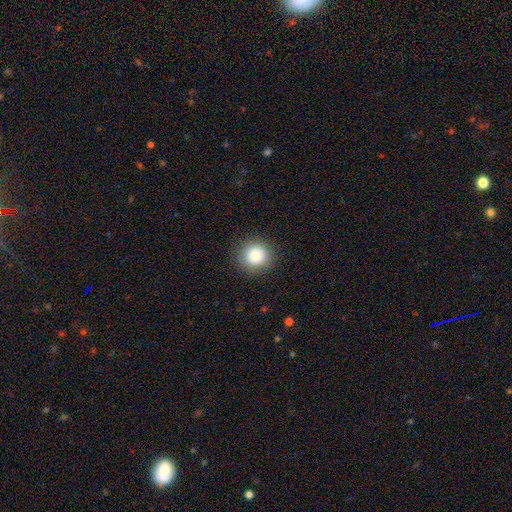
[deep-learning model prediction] A smooth galaxy with no disk features (82%) that is round (92%). Merging: none (90%).